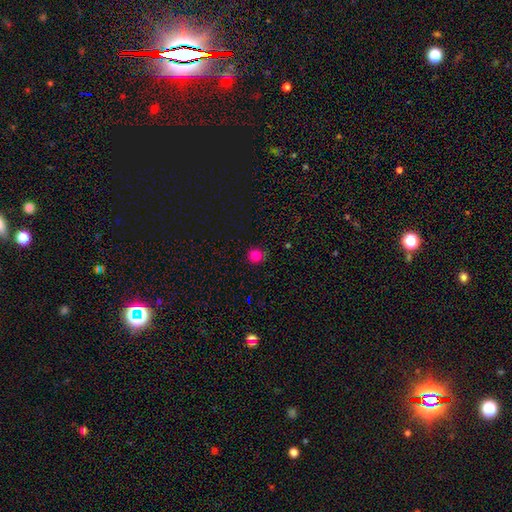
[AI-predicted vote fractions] A smooth galaxy with no disk features (81%) that is round (92%). Merging: none (86%).